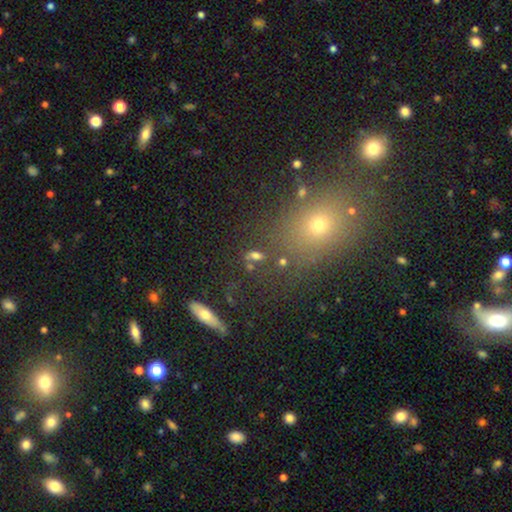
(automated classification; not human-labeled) Smooth or featured? smooth (60%)
How rounded? in between (71%)
Merging? none (66%)